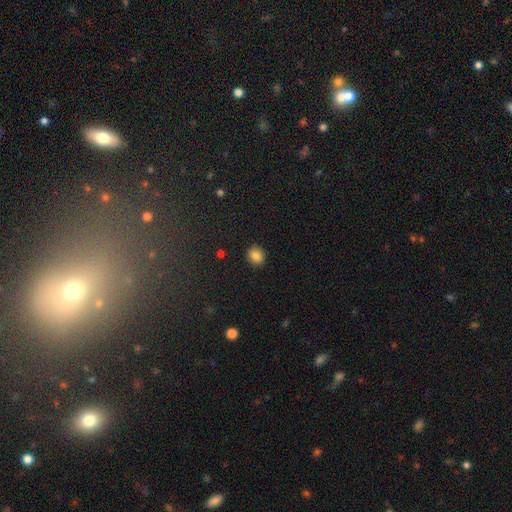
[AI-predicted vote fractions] Smooth or featured? smooth (83%)
How rounded? round (81%)
Merging? none (91%)